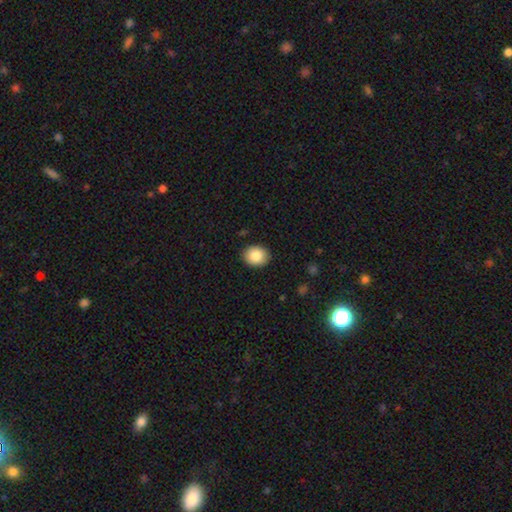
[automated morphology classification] Overall: smooth (85%). How rounded: round (52%; in between 47%). Merging: none (90%).